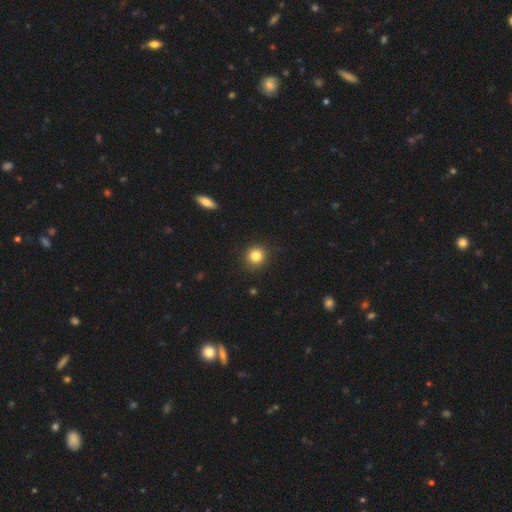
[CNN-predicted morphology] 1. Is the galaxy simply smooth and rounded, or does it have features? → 83% smooth, 11% star or artifact, 6% featured or disk.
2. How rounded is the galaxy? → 91% round, 8% in between, 1% cigar-shaped.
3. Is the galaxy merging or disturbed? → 90% none, 7% minor disturbance, 2% major disturbance, 1% merger.